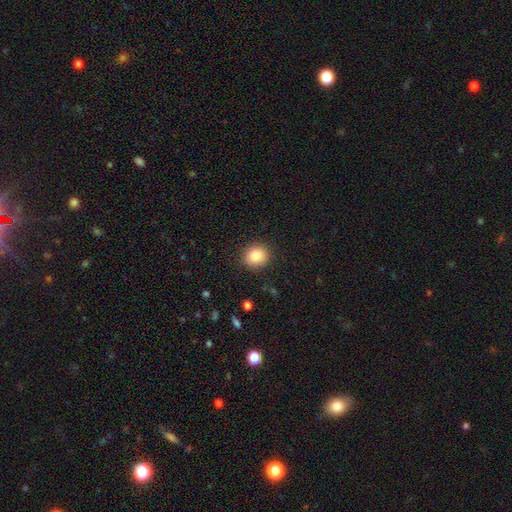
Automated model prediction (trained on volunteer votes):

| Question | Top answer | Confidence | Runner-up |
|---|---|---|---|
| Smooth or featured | smooth | 82% | star or artifact (10%) |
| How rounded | round | 84% | in between (15%) |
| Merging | none | 90% | minor disturbance (7%) |